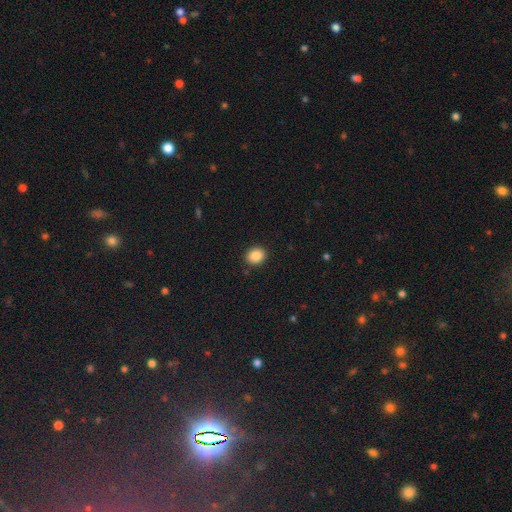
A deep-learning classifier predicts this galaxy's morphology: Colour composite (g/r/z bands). It shows a smooth galaxy with no disk features (87%) that is round (63%). Merging: none (90%).